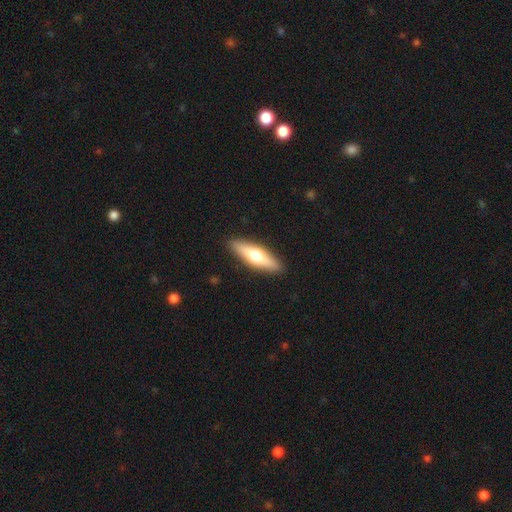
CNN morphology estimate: Smooth or featured? Predicted: smooth (p=0.47, tied with featured or disk). Merging? Predicted: none (p=0.91).